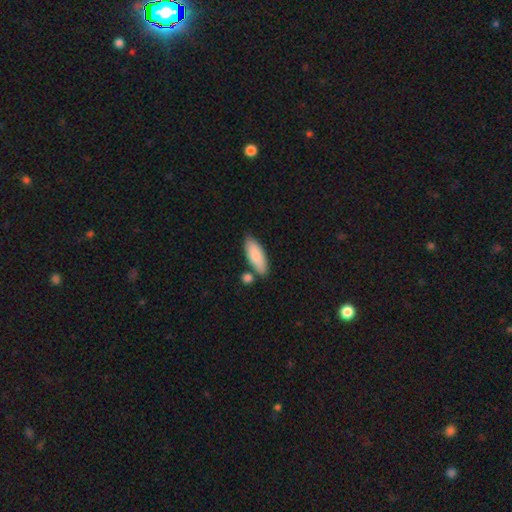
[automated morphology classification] A smooth galaxy with no disk features (85%) that is in between round and cigar-shaped (69%). Merging: none (72%).